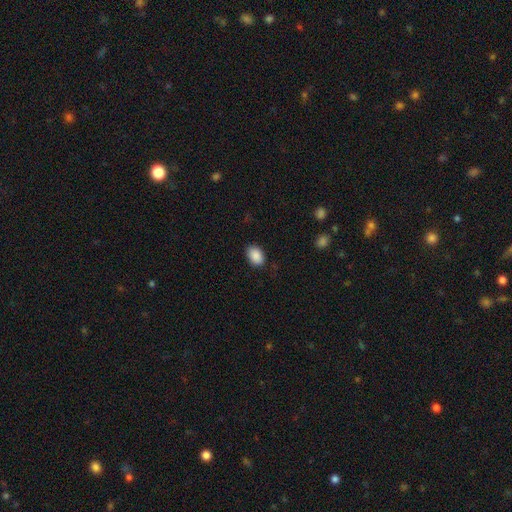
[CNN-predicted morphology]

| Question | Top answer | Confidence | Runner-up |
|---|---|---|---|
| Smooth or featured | smooth | 90% | star or artifact (7%) |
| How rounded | in between | 81% | round (18%) |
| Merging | none | 85% | minor disturbance (11%) |